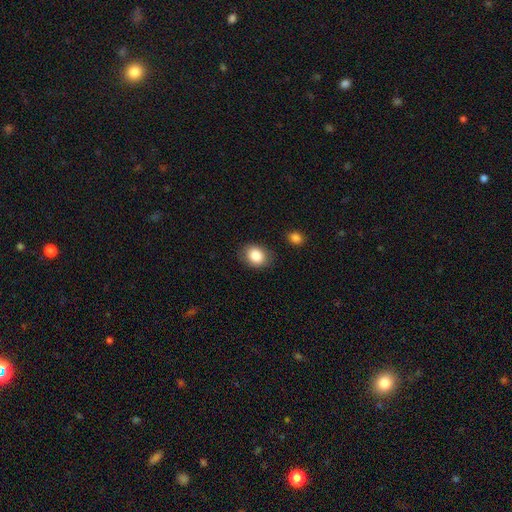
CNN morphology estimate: A smooth galaxy with no disk features (86%) that is in between round and cigar-shaped (52%).

Vote fractions:
- Smooth or featured? smooth: 86% / star or artifact: 8% / featured or disk: 6%
- How rounded? in between: 52% / round: 47% / cigar-shaped: 1%
- Merging? none: 83% / minor disturbance: 12% / major disturbance: 3% / merger: 2%